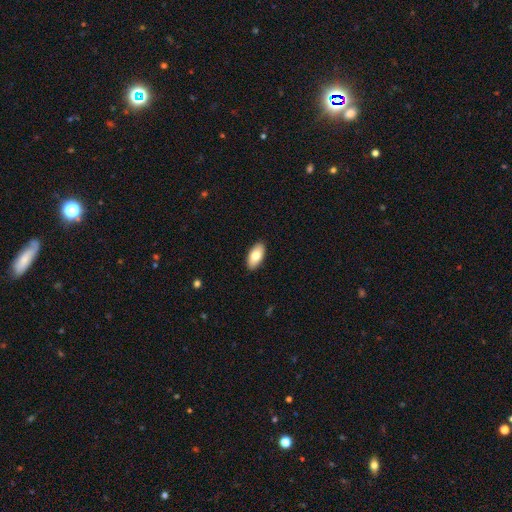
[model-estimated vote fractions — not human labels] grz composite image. It shows a smooth galaxy with no disk features (78%) that is in between round and cigar-shaped (92%). Merging: none (90%).